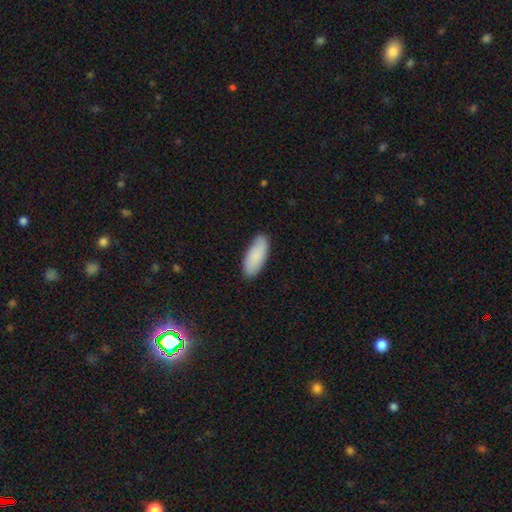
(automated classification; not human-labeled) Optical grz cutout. It shows a smooth galaxy with no disk features (87%) that is in between round and cigar-shaped (84%). Merging: none (86%).